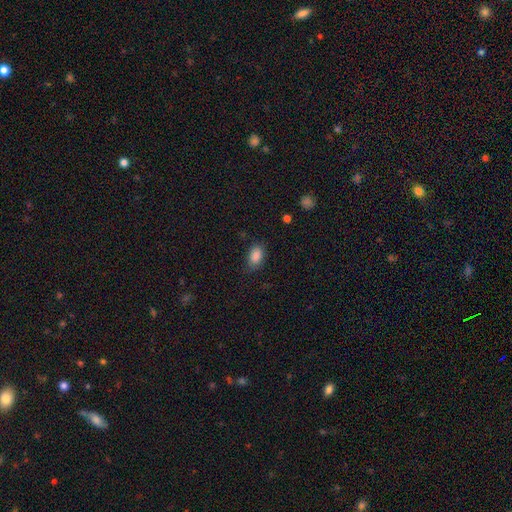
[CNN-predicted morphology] Smooth or featured: smooth — 87% (star or artifact — 9%)
How rounded: in between — 88% (round — 10%)
Merging: none — 75% (minor disturbance — 19%)